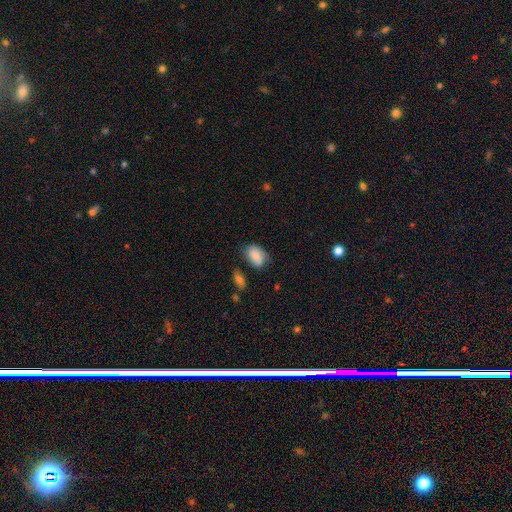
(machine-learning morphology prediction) smooth_or_featured: smooth (p=0.76) [alt: featured or disk p=0.16]
how_rounded: in between (p=0.85) [alt: round p=0.13]
merging: none (p=0.53) [alt: minor disturbance p=0.31]